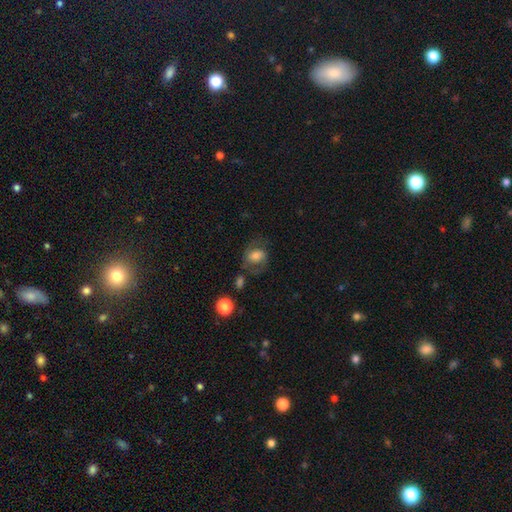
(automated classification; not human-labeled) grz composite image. It shows a smooth galaxy with no disk features (49%). Merging: none (55%).